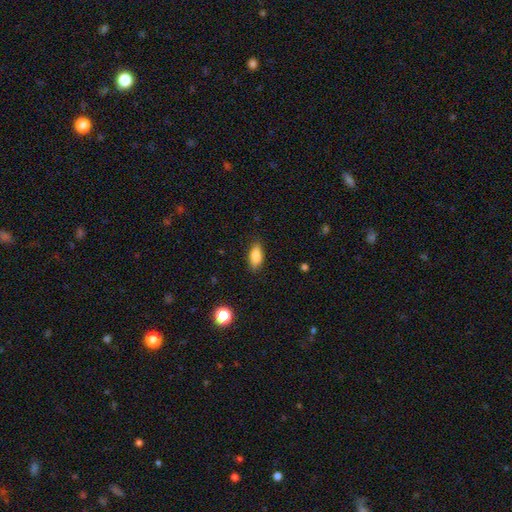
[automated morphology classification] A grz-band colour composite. It shows a smooth galaxy with no disk features (83%) that is in between round and cigar-shaped (84%). Merging: none (84%).